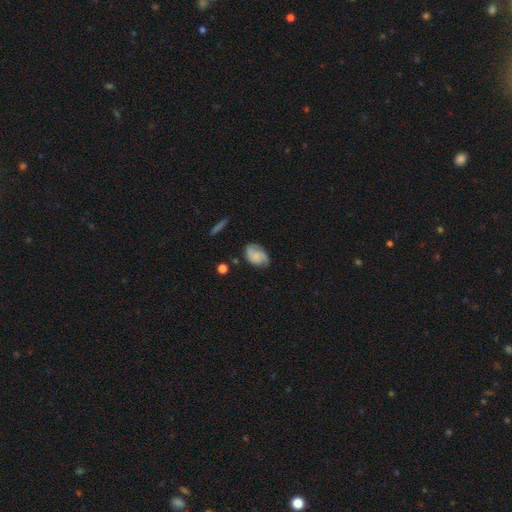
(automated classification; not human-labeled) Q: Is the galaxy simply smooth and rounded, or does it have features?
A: featured or disk — 48%.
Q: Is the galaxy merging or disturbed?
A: none — 66%.